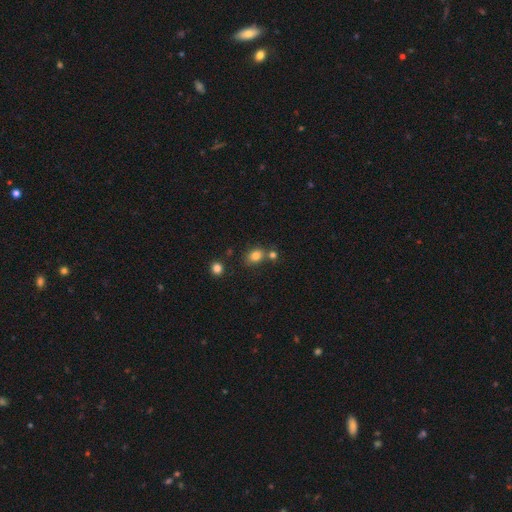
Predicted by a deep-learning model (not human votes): Morphology: type=smooth (82%); roundness=in between (59%); merging=none (63%).